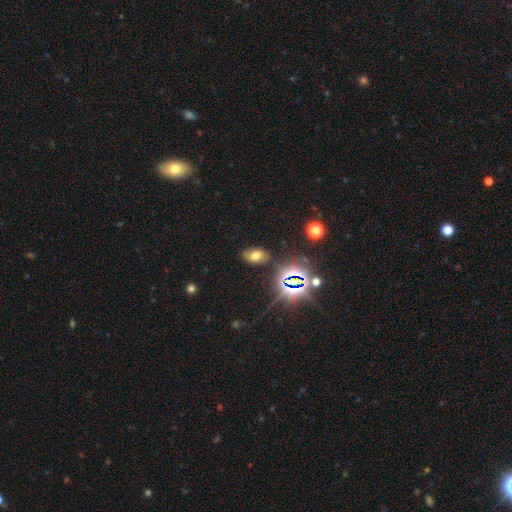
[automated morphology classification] smooth-or-featured: smooth: 57% | star or artifact: 30% | featured or disk: 14%
  how-rounded: in between: 89% | round: 9% | cigar-shaped: 2%
  merging: none: 84% | minor disturbance: 10% | major disturbance: 3% | merger: 2%